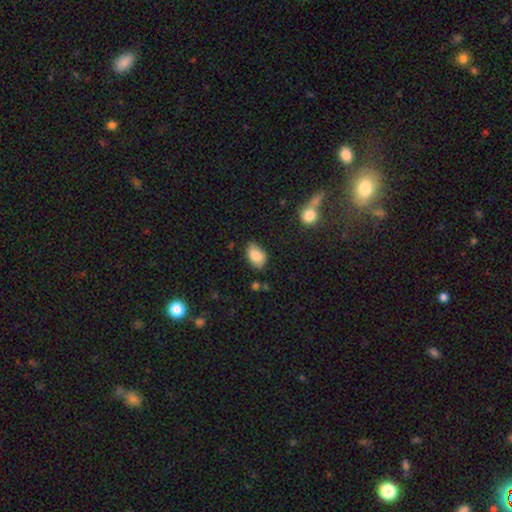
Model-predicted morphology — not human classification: type=smooth (84%); roundness=in between (88%); merging=none (74%).